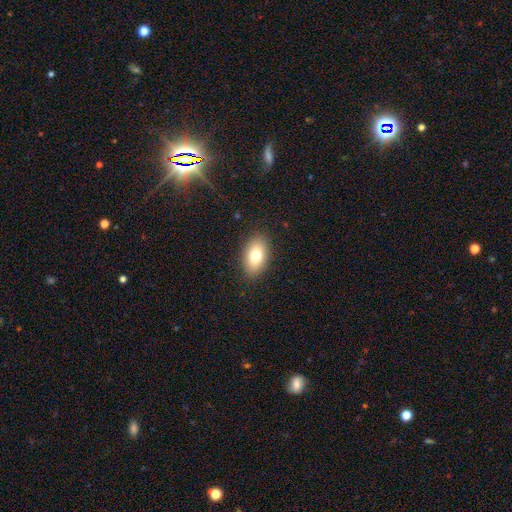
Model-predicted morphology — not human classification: Q: Smooth or featured?
A: smooth (77%); runner-up: featured or disk (14%)
Q: How rounded?
A: in between (90%); runner-up: round (9%)
Q: Merging?
A: none (87%); runner-up: minor disturbance (9%)